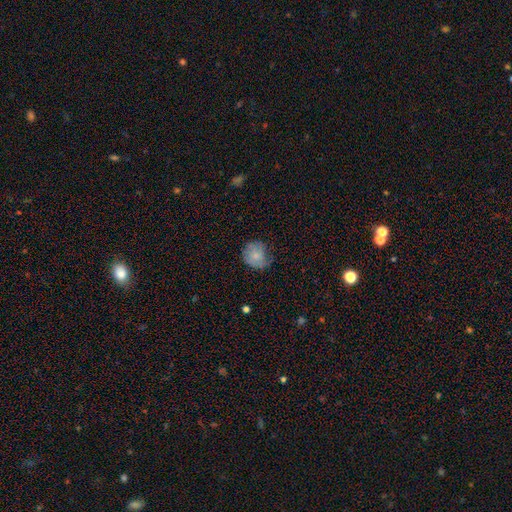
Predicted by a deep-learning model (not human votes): smooth_or_featured: smooth (p=0.72) [alt: featured or disk p=0.19]
how_rounded: round (p=0.81) [alt: in between p=0.18]
merging: none (p=0.56) [alt: minor disturbance p=0.31]